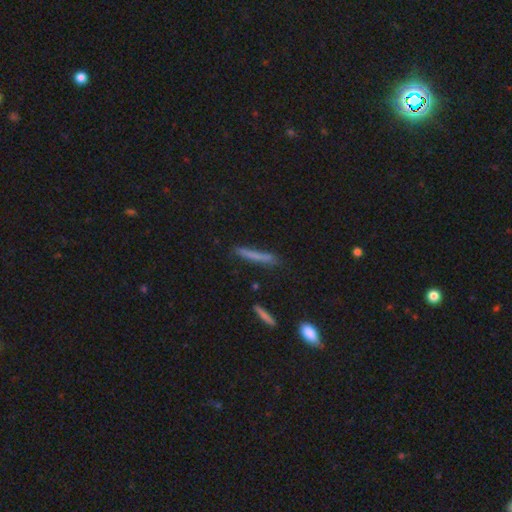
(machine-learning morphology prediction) Smooth or featured?
  - smooth: 69% *
  - featured or disk: 23%
  - star or artifact: 8%
How rounded?
  - cigar-shaped: 94% *
  - in between: 4%
  - round: 2%
Merging?
  - none: 80% *
  - minor disturbance: 14%
  - major disturbance: 3%
  - merger: 3%